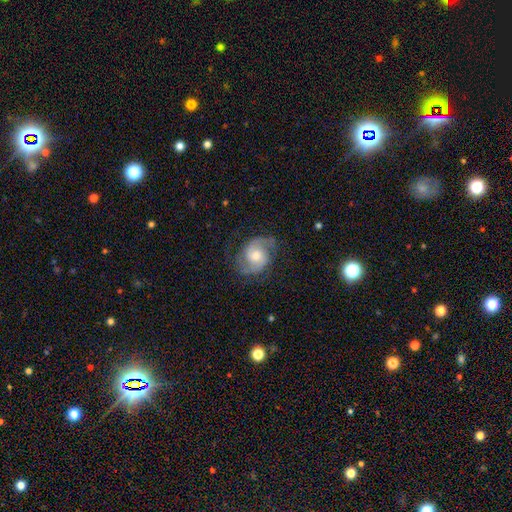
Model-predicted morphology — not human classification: type=featured or disk (83%); edge-on=no (98%); bar=no (59%); spiral arms=yes (96%); winding=medium (53%); arm count=2 (90%); bulge=moderate (62%); merging=none (74%).